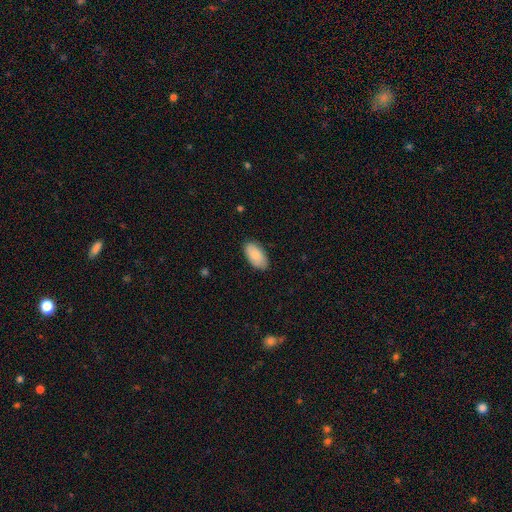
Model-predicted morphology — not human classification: type=smooth (85%); roundness=in between (95%); merging=none (85%).